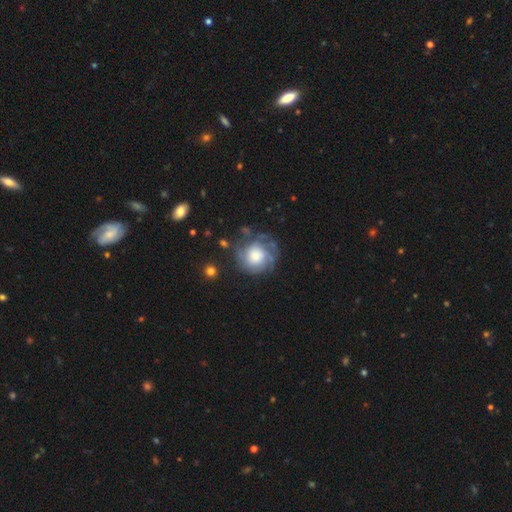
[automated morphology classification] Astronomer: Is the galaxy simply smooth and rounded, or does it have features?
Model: featured or disk — 55% (runner-up: smooth, 36%).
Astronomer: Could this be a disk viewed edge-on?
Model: no — 97%.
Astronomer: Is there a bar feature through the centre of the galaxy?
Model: no — 81%.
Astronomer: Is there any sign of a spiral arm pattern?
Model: yes — 80%.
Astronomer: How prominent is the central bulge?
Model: large — 51% (runner-up: moderate, 27%).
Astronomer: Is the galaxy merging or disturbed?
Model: none — 60%.